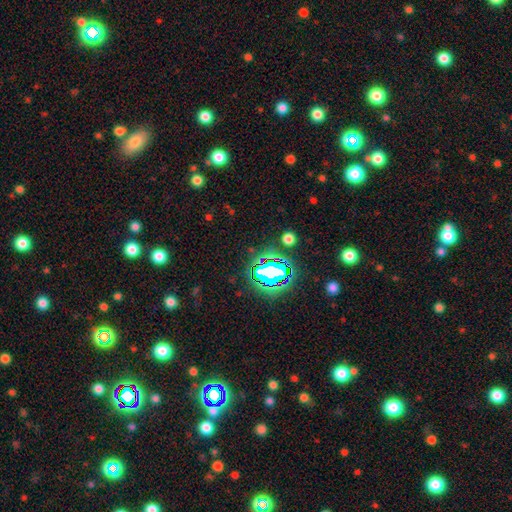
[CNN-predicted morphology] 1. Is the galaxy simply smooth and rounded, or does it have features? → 75% star or artifact, 17% smooth, 8% featured or disk.